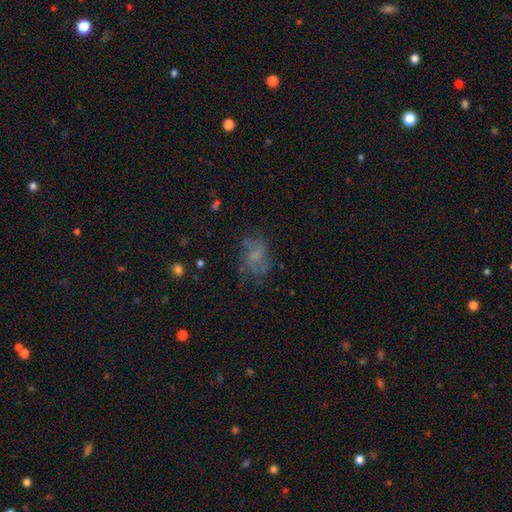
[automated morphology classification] Overall: featured or disk (47%; smooth 38%). Merging: none (56%; minor disturbance 21%).